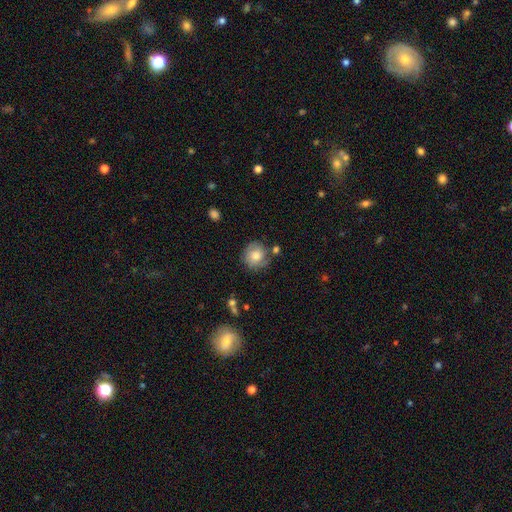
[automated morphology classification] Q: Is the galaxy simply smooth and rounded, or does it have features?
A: smooth — 74%.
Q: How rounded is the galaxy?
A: round — 86%.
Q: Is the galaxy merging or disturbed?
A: none — 69%.